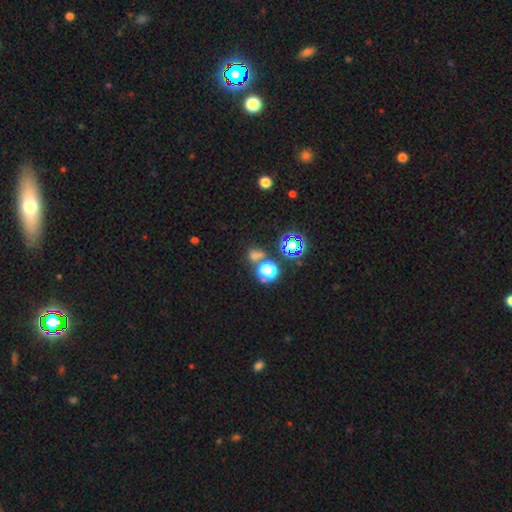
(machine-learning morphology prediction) smooth 49%, star or artifact 44%, featured or disk 7%. Down the decision tree: merging — none (62%).